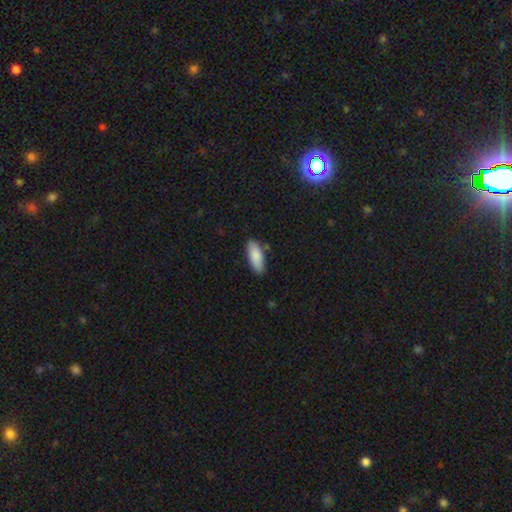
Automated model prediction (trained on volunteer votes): smooth 87%, featured or disk 8%, star or artifact 6%. Down the decision tree: how rounded — in between (76%); merging — none (80%).